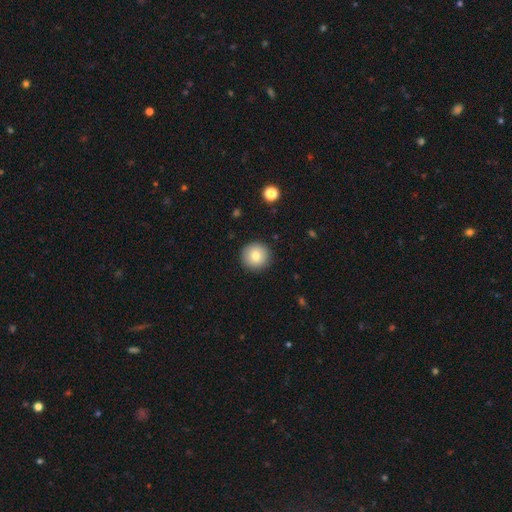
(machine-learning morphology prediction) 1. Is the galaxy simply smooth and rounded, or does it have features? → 79% smooth, 12% featured or disk, 9% star or artifact.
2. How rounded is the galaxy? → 95% round, 4% in between, 1% cigar-shaped.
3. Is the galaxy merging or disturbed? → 91% none, 6% minor disturbance, 2% major disturbance, 1% merger.